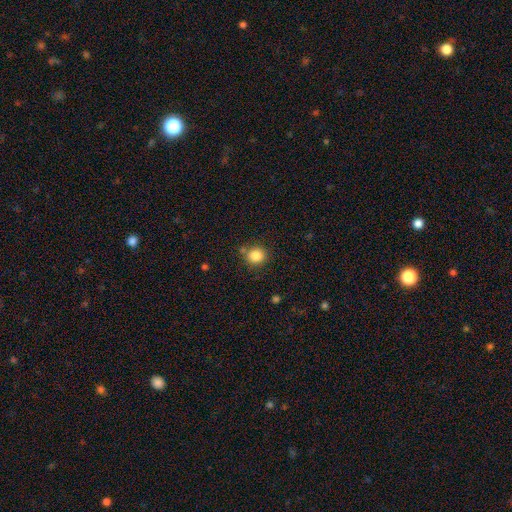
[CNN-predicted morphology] smooth 85%, star or artifact 11%, featured or disk 5%. Down the decision tree: how rounded — round (88%); merging — none (78%).